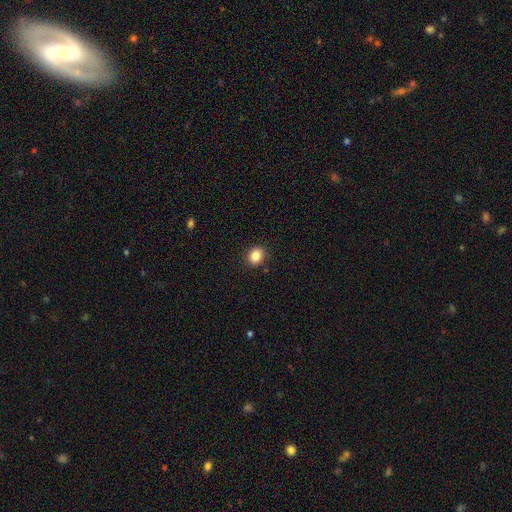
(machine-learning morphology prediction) This appears to be a smooth galaxy with no disk features (85%) that is round (66%). Merging: none (90%).